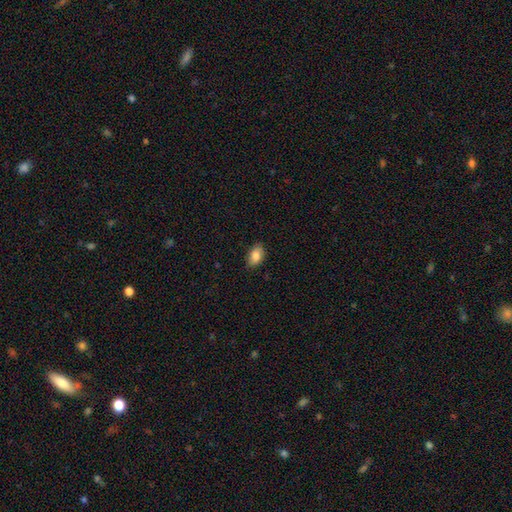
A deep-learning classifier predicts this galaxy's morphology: Overall: smooth (84%). How rounded: in between (91%). Merging: none (83%).